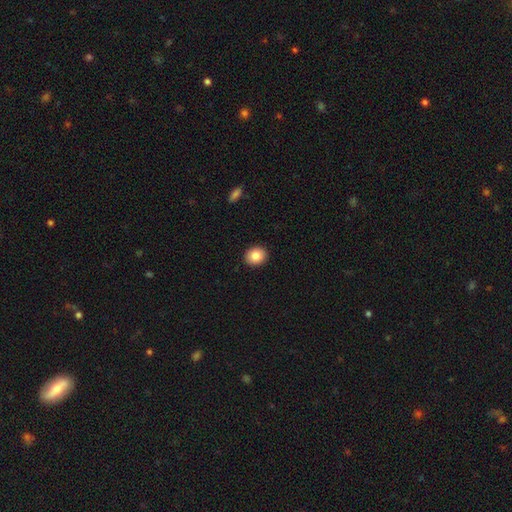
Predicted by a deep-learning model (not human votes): smooth_or_featured: smooth (p=0.85) [alt: star or artifact p=0.09]
how_rounded: round (p=0.72) [alt: in between p=0.28]
merging: none (p=0.92) [alt: minor disturbance p=0.05]